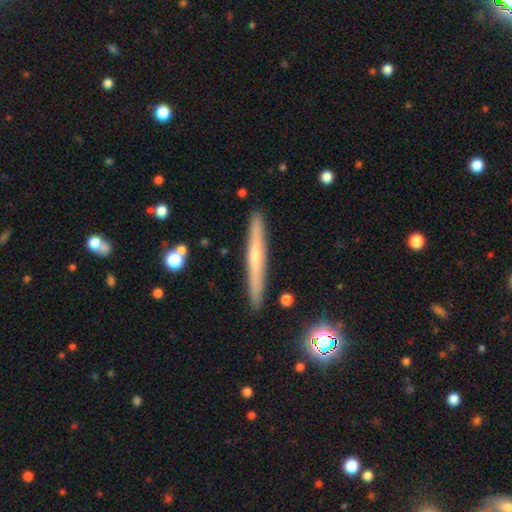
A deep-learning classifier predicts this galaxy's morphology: This is possibly a featured or disk galaxy (54%). It is clearly viewed edge-on (95%). Edge-on bulge: possibly rounded (54%). Merging: clearly none (90%).